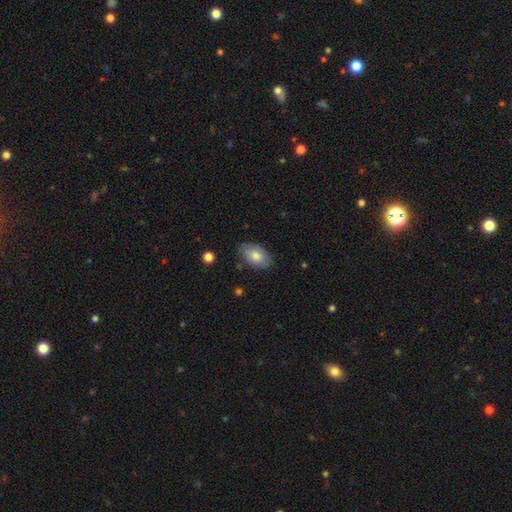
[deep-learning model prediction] Morphology: type=smooth (77%); roundness=in between (93%); merging=none (79%).